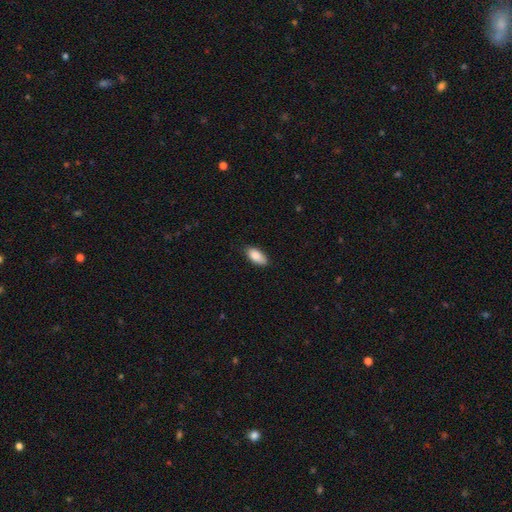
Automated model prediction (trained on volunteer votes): A smooth galaxy with no disk features (87%) that is in between round and cigar-shaped (90%).

Vote fractions:
- Smooth or featured? smooth: 87% / featured or disk: 7% / star or artifact: 6%
- How rounded? in between: 90% / cigar-shaped: 7% / round: 2%
- Merging? none: 82% / minor disturbance: 14% / major disturbance: 2% / merger: 1%